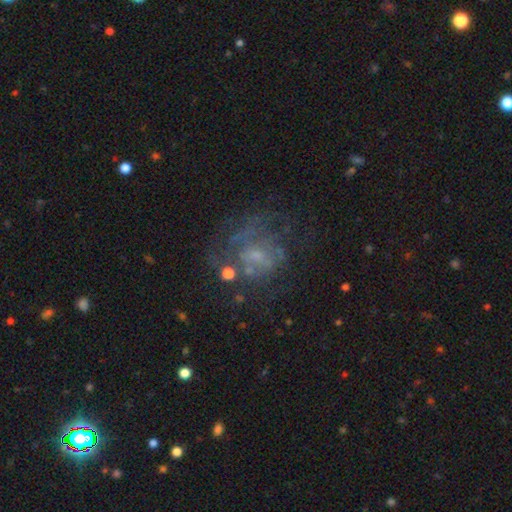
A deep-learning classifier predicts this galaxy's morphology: Smooth or featured? featured or disk (61%)
Edge-on disk? no (98%)
Bar? no (71%)
Spiral arms? yes (52%)
Bulge size? small (48%)
Merging? none (49%)